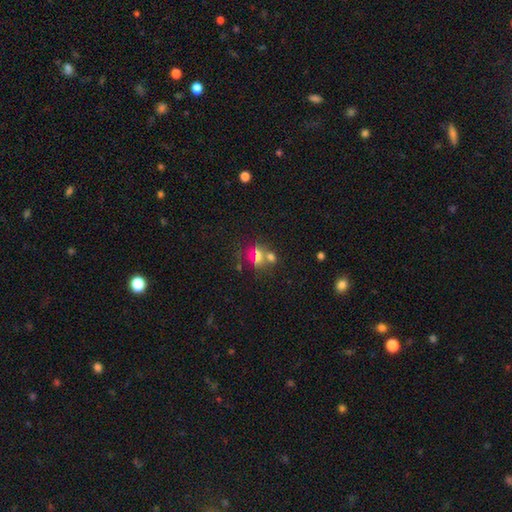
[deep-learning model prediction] A smooth galaxy with no disk features (54%) that is in between round and cigar-shaped (49%). Merging: none (52%).